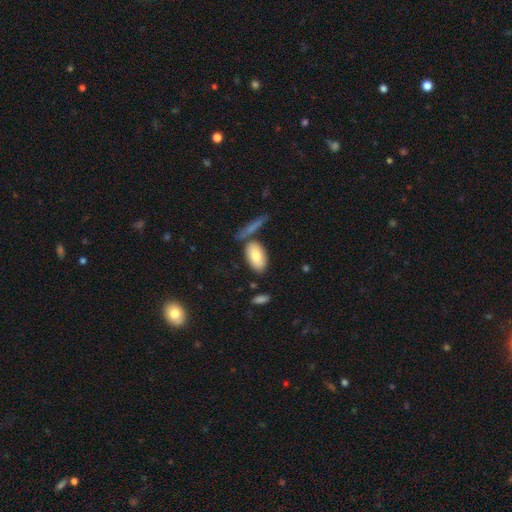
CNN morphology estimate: Smooth or featured? smooth (77%)
How rounded? in between (93%)
Merging? none (65%)